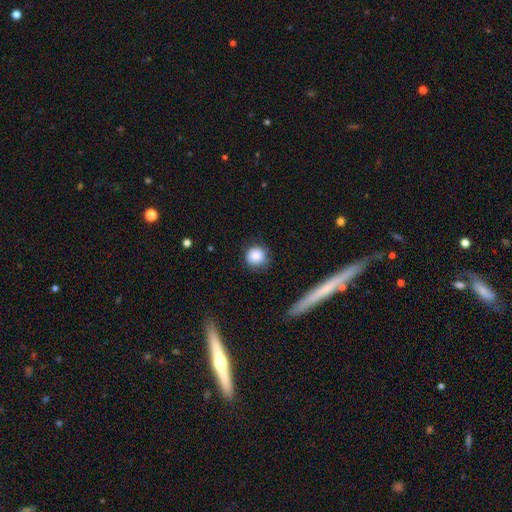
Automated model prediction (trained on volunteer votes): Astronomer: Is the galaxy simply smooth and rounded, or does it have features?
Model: smooth — 87%.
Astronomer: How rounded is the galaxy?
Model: round — 91%.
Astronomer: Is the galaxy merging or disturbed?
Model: none — 78%.